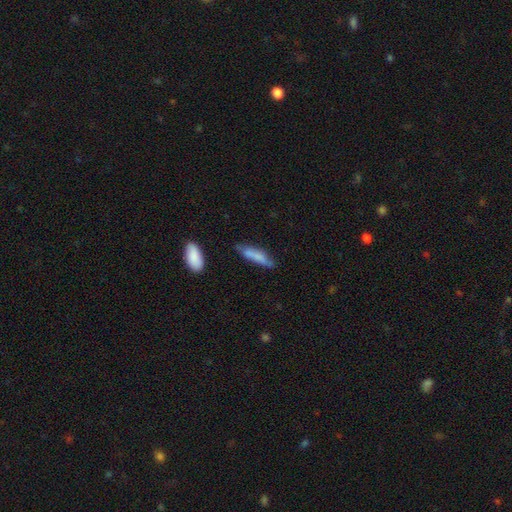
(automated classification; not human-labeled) Morphology: type=smooth (75%); roundness=cigar-shaped (79%); merging=none (64%).